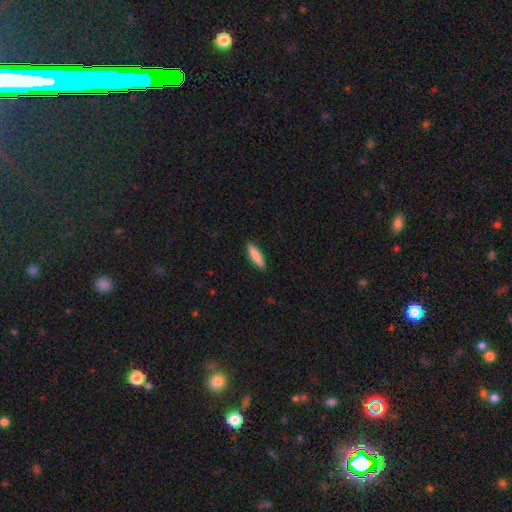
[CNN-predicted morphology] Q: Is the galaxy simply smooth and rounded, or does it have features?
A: smooth — 86%.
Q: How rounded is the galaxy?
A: cigar-shaped — 63%.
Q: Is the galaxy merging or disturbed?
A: none — 90%.